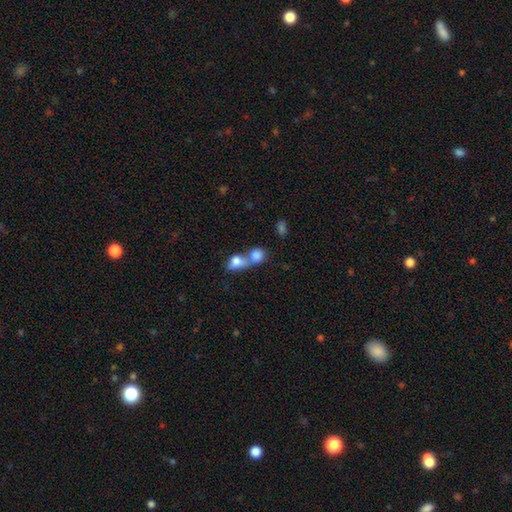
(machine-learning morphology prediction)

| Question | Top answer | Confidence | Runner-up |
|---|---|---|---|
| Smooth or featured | smooth | 80% | featured or disk (11%) |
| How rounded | round | 59% | in between (39%) |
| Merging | merger | 70% | none (21%) |